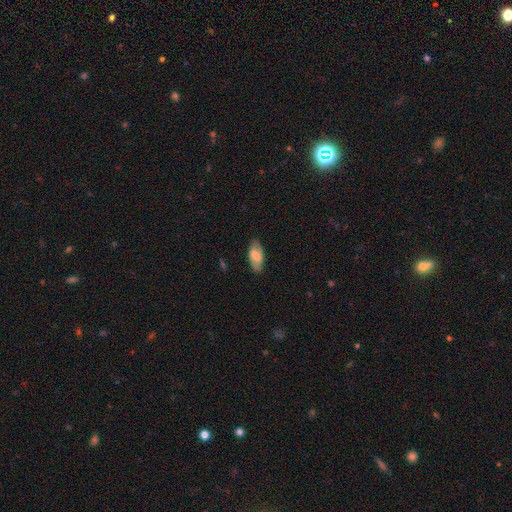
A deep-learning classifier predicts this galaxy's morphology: This is possibly a smooth galaxy (60%). How rounded: clearly in between (87%). Merging: clearly none (80%).